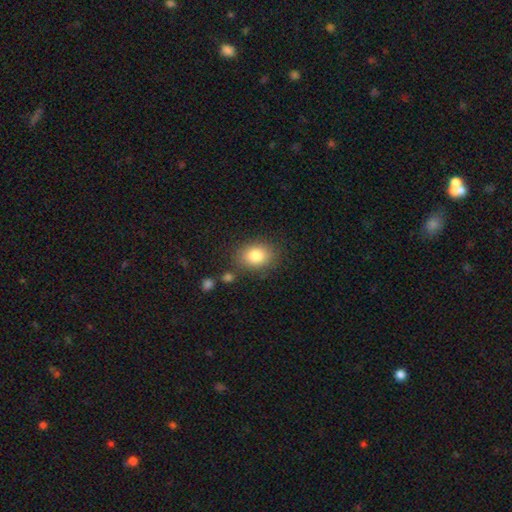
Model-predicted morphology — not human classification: A smooth galaxy with no disk features (84%) that is in between round and cigar-shaped (62%). Merging: none (79%).